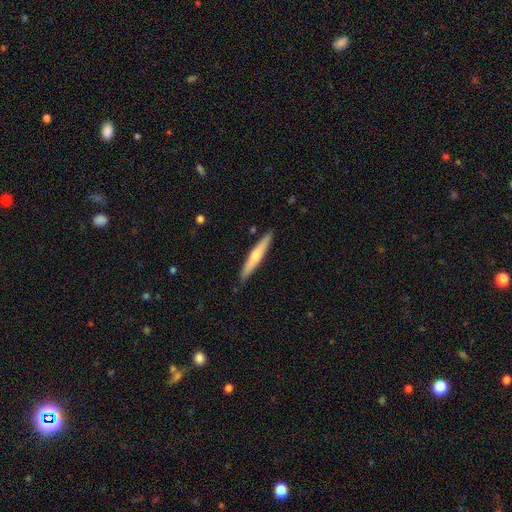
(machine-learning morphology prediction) The model was most divided on "smooth or featured": smooth: 57%, featured or disk: 38%, star or artifact: 5%. More confident: how rounded — cigar-shaped (94%); merging — none (89%).